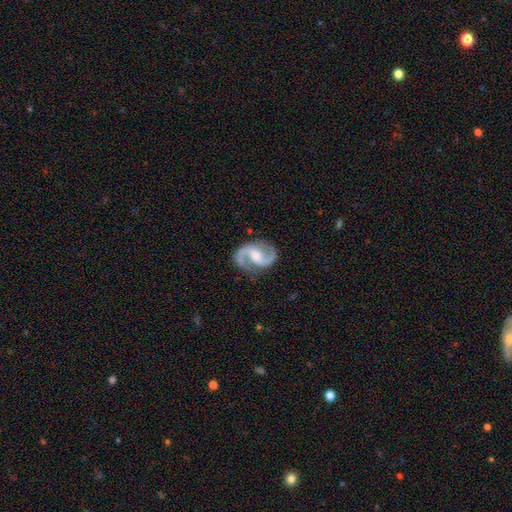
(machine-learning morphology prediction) smooth-or-featured: featured or disk: 92% | smooth: 4% | star or artifact: 4%
  disk-edge-on: no: 98% | yes: 2%
    bar: weak: 43% | no: 38% | strong: 18%
    has-spiral-arms: yes: 98% | no: 2%
      spiral-winding: medium: 57% | loose: 30% | tight: 13%
      spiral-arm-count: 2: 94% | 1: 2% | can't tell: 1% | 3: 1% | 4: 1% | more than 4: 1%
    bulge-size: moderate: 49% | small: 46% | none: 2% | large: 2% | dominant: 1%
  merging: none: 81% | minor disturbance: 13% | major disturbance: 5% | merger: 1%